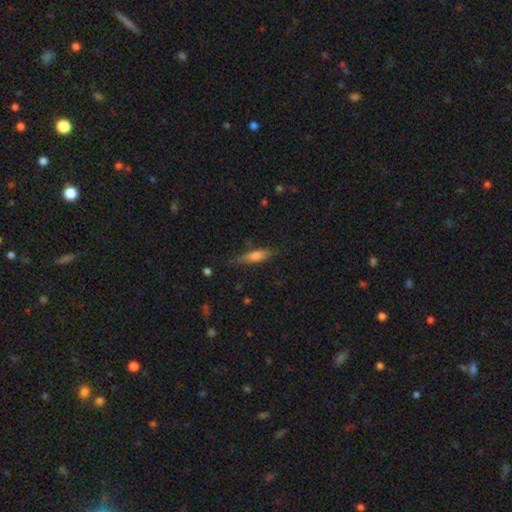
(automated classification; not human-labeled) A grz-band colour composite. It shows a smooth galaxy with no disk features (66%) that is cigar-shaped (68%). Merging: none (75%).